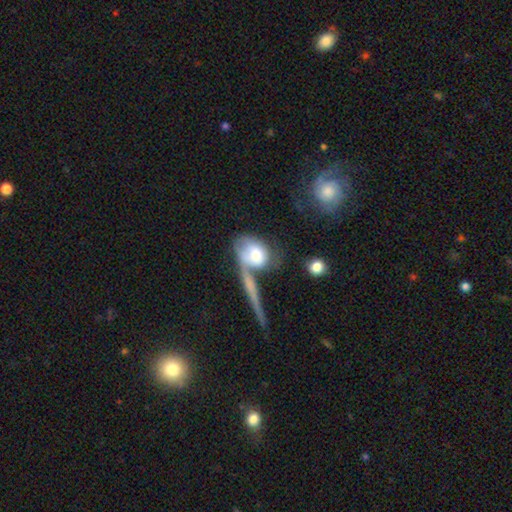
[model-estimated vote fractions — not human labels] Smooth or featured? smooth (60%)
How rounded? in between (62%)
Merging? merger (44%)